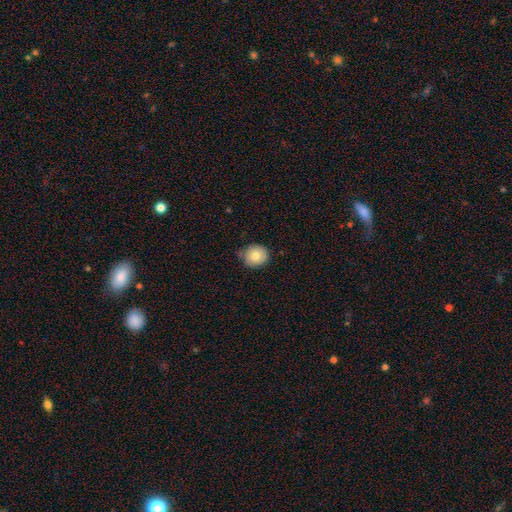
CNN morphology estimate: Smooth or featured? smooth (78%)
How rounded? round (88%)
Merging? none (76%)